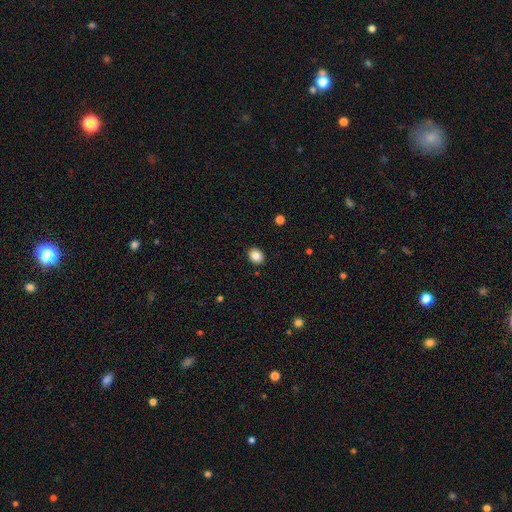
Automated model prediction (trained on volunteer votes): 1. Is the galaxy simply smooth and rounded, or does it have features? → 86% smooth, 9% star or artifact, 5% featured or disk.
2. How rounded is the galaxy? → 51% round, 48% in between, 1% cigar-shaped.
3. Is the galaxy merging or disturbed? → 91% none, 6% minor disturbance, 2% major disturbance, 1% merger.